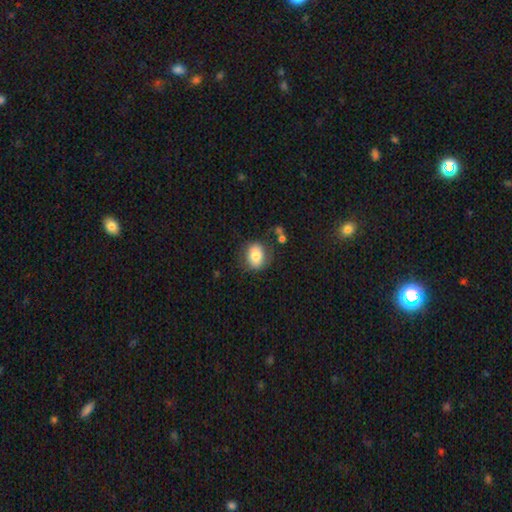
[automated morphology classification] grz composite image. It shows a smooth galaxy with no disk features (79%) that is in between round and cigar-shaped (51%). Merging: none (71%).